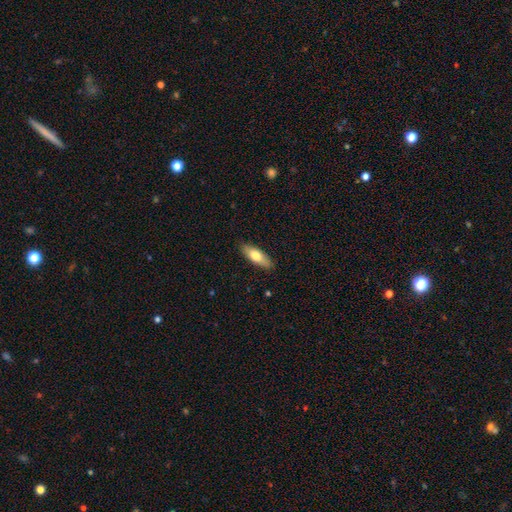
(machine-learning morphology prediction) Smooth or featured: smooth — 71% (featured or disk — 24%)
How rounded: in between — 62% (cigar-shaped — 36%)
Merging: none — 88% (minor disturbance — 9%)